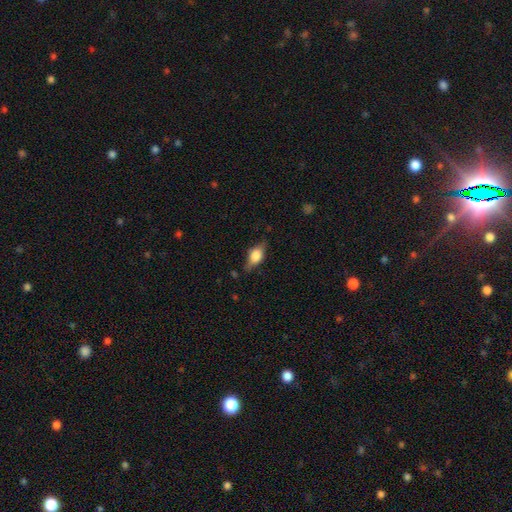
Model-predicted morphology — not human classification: Smooth or featured? smooth (59%)
How rounded? in between (78%)
Merging? none (70%)